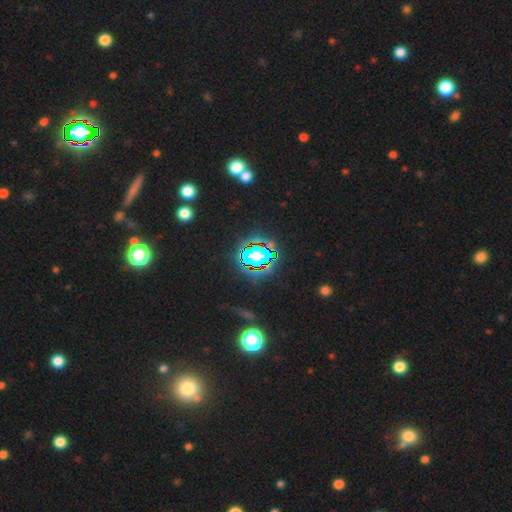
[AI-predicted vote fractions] smooth-or-featured: star or artifact: 66% | smooth: 18% | featured or disk: 16%